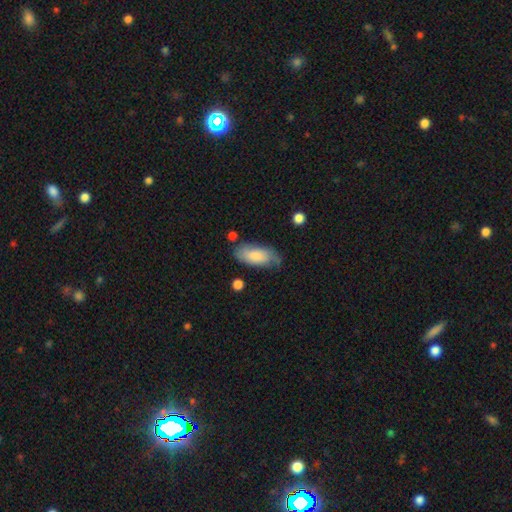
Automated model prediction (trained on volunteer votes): Smooth or featured? Predicted: smooth (p=0.77). How rounded? Predicted: in between (p=0.88). Merging? Predicted: none (p=0.61).